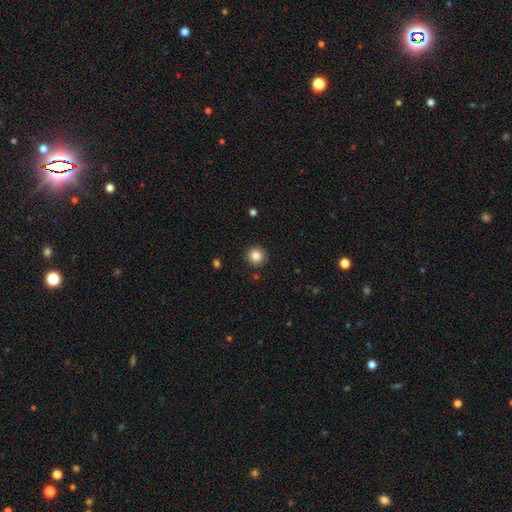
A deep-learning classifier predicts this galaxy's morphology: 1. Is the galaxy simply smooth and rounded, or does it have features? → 85% smooth, 10% star or artifact, 4% featured or disk.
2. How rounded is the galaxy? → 95% round, 4% in between, 1% cigar-shaped.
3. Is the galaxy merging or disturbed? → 92% none, 5% minor disturbance, 2% major disturbance, 1% merger.